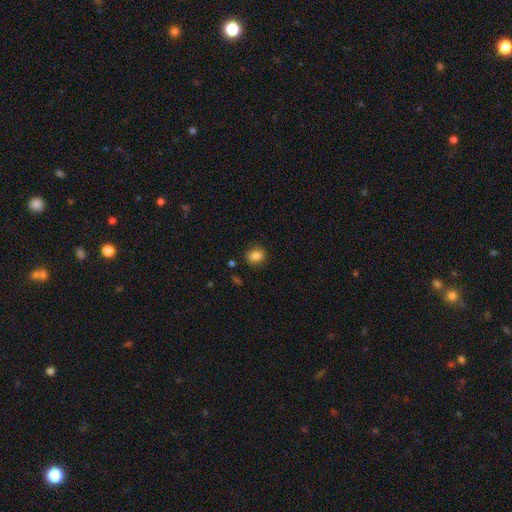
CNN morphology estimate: Smooth or featured?
  - smooth: 83% *
  - star or artifact: 10%
  - featured or disk: 7%
How rounded?
  - round: 54% *
  - in between: 44%
  - cigar-shaped: 1%
Merging?
  - none: 85% *
  - minor disturbance: 11%
  - major disturbance: 3%
  - merger: 2%